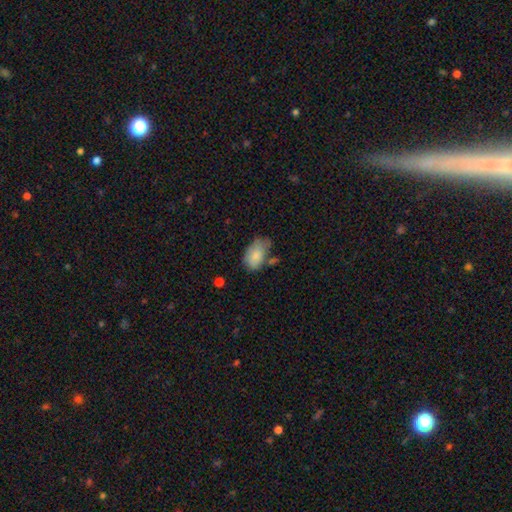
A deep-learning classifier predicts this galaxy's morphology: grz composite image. It shows a smooth galaxy with no disk features (81%) that is in between round and cigar-shaped (91%). Merging: none (46%).